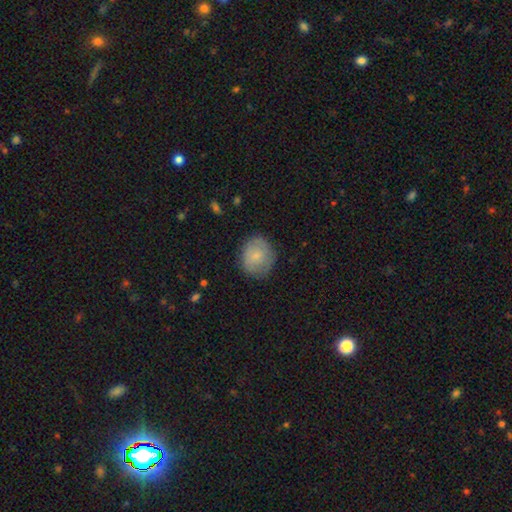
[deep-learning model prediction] This appears to be a smooth galaxy with no disk features (66%) that is round (71%). Merging: none (78%).